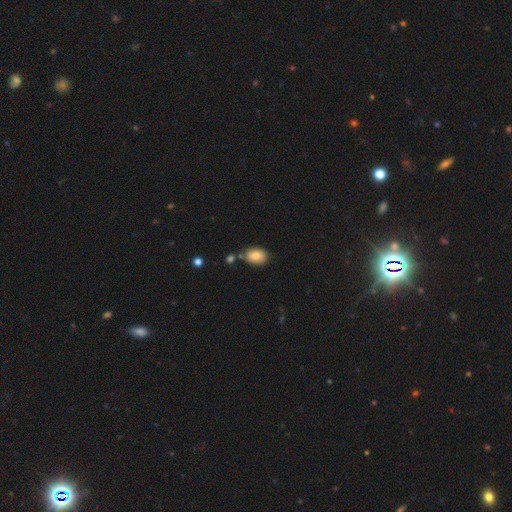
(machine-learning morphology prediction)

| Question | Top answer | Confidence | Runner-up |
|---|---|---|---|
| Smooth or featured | smooth | 81% | featured or disk (10%) |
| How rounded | in between | 81% | round (18%) |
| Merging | none | 71% | minor disturbance (16%) |